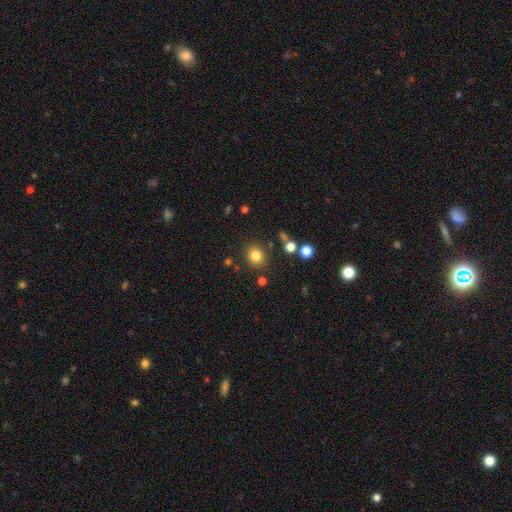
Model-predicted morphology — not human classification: Smooth or featured?
  - smooth: 81% *
  - star or artifact: 13%
  - featured or disk: 6%
How rounded?
  - round: 85% *
  - in between: 14%
  - cigar-shaped: 1%
Merging?
  - none: 84% *
  - minor disturbance: 9%
  - merger: 4%
  - major disturbance: 3%